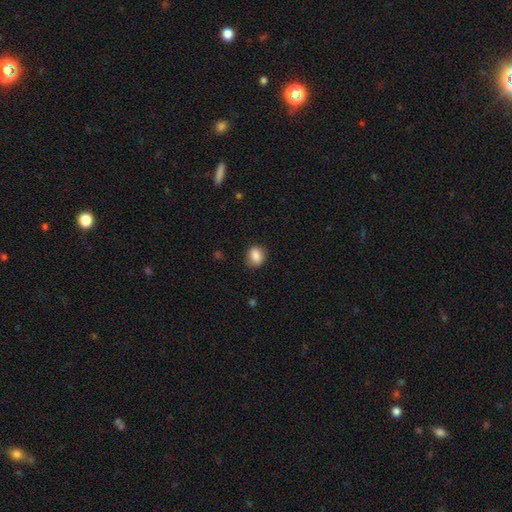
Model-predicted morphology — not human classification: The model was most divided on "how rounded": round: 50%, in between: 49%, cigar-shaped: 1%. More confident: smooth or featured — smooth (87%); merging — none (81%).